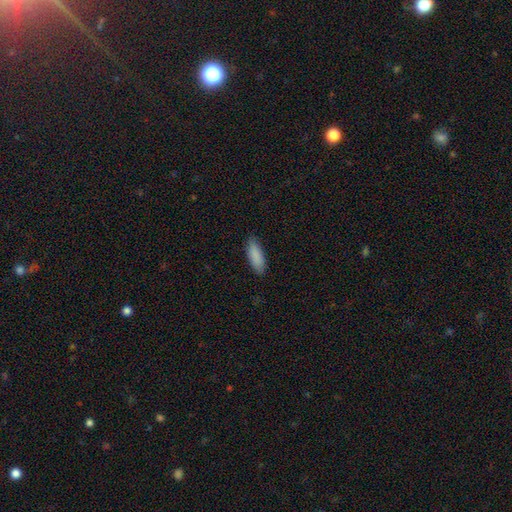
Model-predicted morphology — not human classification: This is clearly a smooth galaxy (89%). How rounded: likely in between (67%). Merging: clearly none (84%).